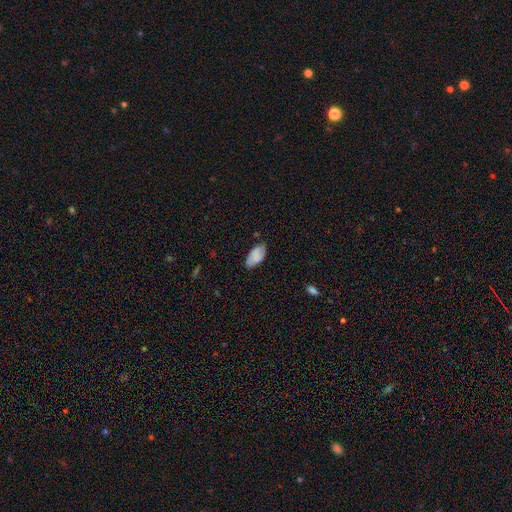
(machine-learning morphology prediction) Overall: smooth (76%). How rounded: in between (94%). Merging: none (76%).